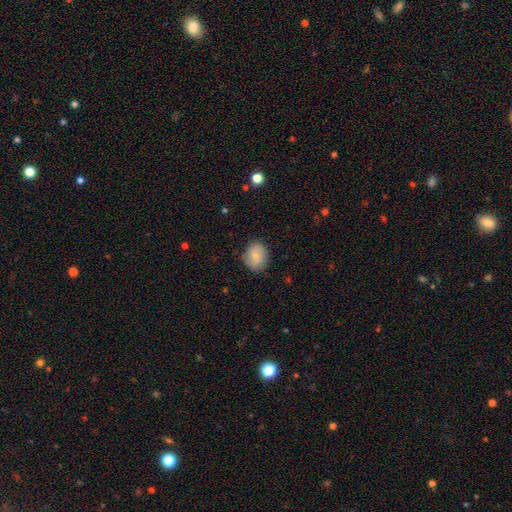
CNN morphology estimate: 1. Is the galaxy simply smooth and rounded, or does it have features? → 76% smooth, 17% featured or disk, 7% star or artifact.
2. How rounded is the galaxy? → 65% round, 34% in between, 1% cigar-shaped.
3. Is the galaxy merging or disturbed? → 80% none, 15% minor disturbance, 4% major disturbance, 1% merger.